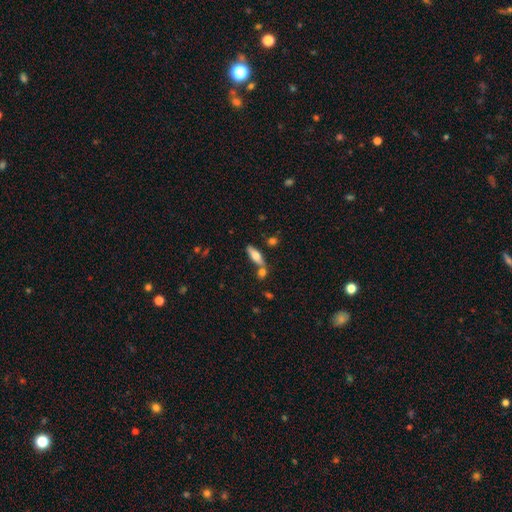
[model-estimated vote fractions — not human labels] The model was most divided on "how rounded": in between: 54%, cigar-shaped: 44%, round: 3%. More confident: merging — none (64%); smooth or featured — smooth (60%).